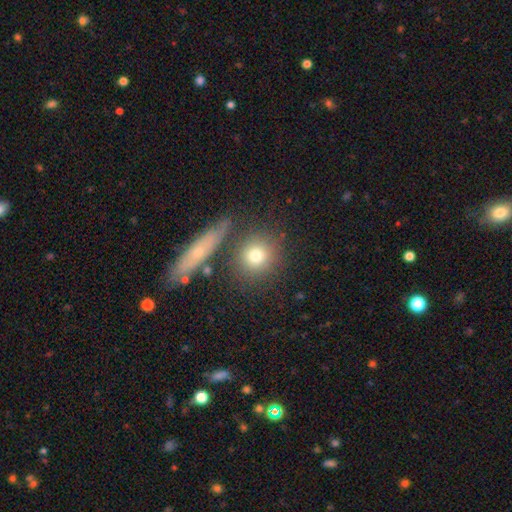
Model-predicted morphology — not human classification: smooth_or_featured: smooth (p=0.72) [alt: featured or disk p=0.16]
how_rounded: round (p=0.85) [alt: in between p=0.10]
merging: none (p=0.78) [alt: minor disturbance p=0.10]